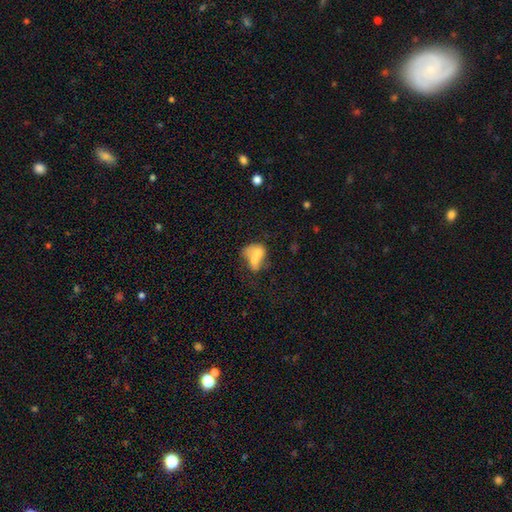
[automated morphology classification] This is possibly a smooth galaxy (60%). How rounded: possibly in between (58%). Merging: likely merger (72%).